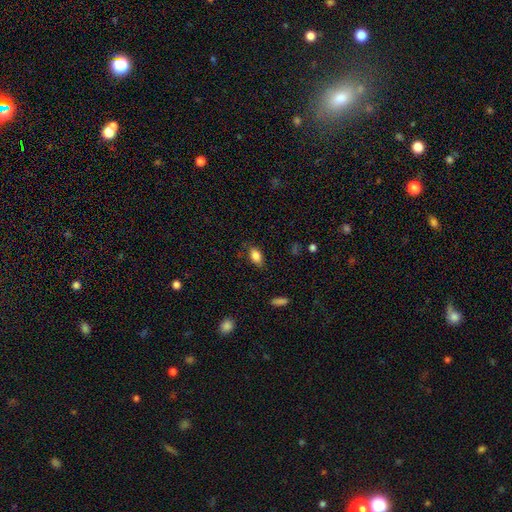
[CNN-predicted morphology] Smooth or featured? Predicted: smooth (p=0.84). How rounded? Predicted: in between (p=0.89). Merging? Predicted: none (p=0.80).